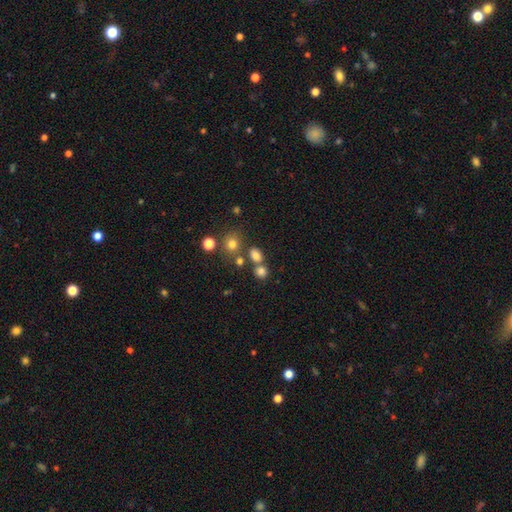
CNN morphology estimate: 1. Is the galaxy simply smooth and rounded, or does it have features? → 75% smooth, 17% star or artifact, 8% featured or disk.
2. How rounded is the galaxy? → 51% round, 47% in between, 1% cigar-shaped.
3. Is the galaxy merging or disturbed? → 61% none, 22% merger, 11% minor disturbance, 5% major disturbance.